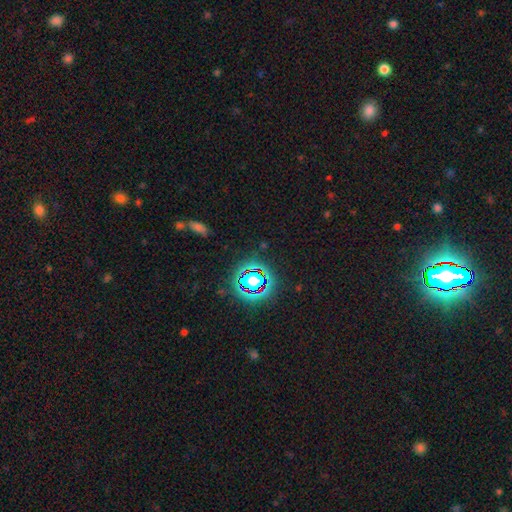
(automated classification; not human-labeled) Smooth or featured?
  - star or artifact: 78% *
  - smooth: 13%
  - featured or disk: 9%